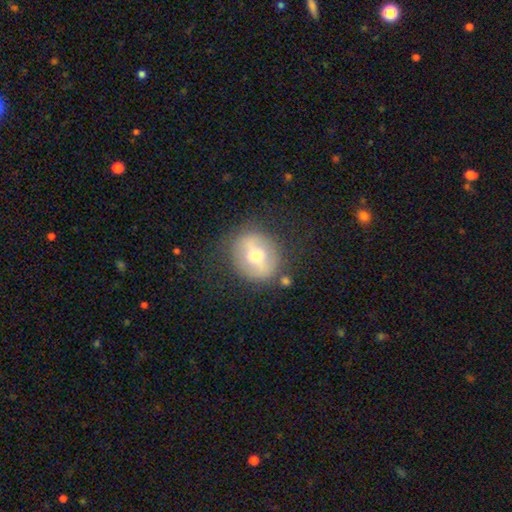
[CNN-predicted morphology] This appears to be a smooth galaxy with no disk features (46%, tied with featured or disk). Merging: none (78%).